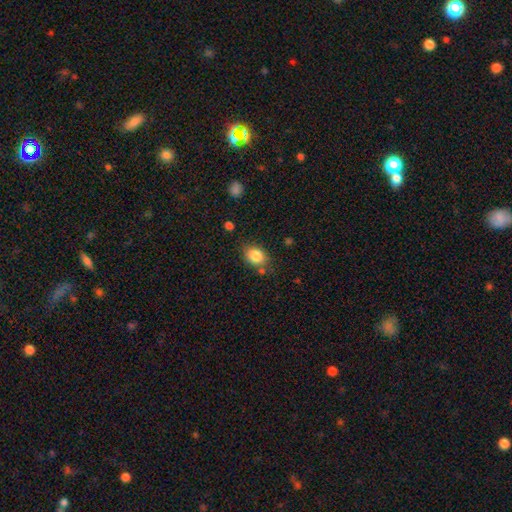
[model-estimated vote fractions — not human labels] A smooth galaxy with no disk features (84%) that is in between round and cigar-shaped (55%).

Vote fractions:
- Smooth or featured? smooth: 84% / star or artifact: 9% / featured or disk: 7%
- How rounded? in between: 55% / round: 44% / cigar-shaped: 1%
- Merging? none: 74% / minor disturbance: 17% / merger: 6% / major disturbance: 4%